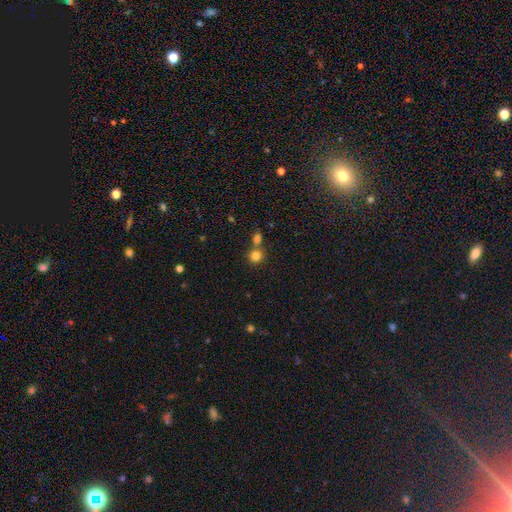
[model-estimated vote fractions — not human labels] Smooth or featured? Predicted: smooth (p=0.81). How rounded? Predicted: round (p=0.89). Merging? Predicted: none (p=0.62).